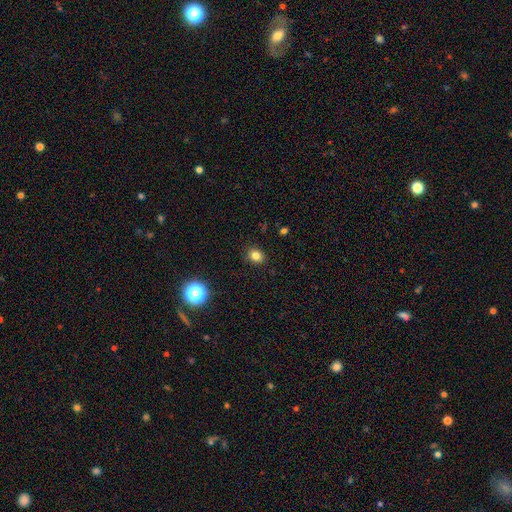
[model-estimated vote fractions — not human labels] A smooth galaxy with no disk features (80%) that is round (67%). Merging: none (88%).